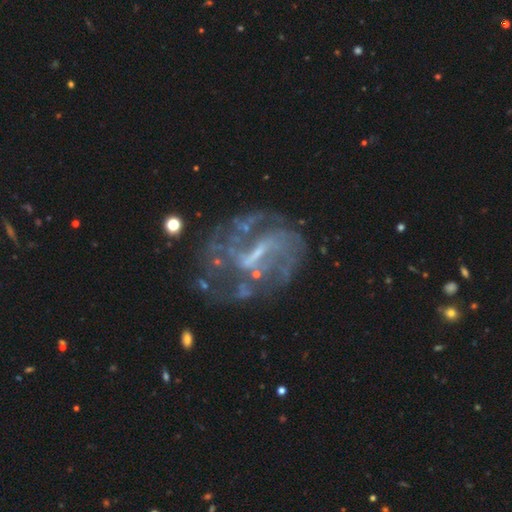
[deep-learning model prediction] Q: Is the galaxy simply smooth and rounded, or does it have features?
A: featured or disk — 80%.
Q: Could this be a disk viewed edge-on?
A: no — 97%.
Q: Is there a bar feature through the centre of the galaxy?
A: weak — 43%.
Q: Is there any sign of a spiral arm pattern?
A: yes — 74%.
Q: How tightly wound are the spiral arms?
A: medium — 41%.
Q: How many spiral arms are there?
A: can't tell — 39%.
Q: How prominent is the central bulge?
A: small — 43%.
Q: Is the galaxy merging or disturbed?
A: none — 55%.